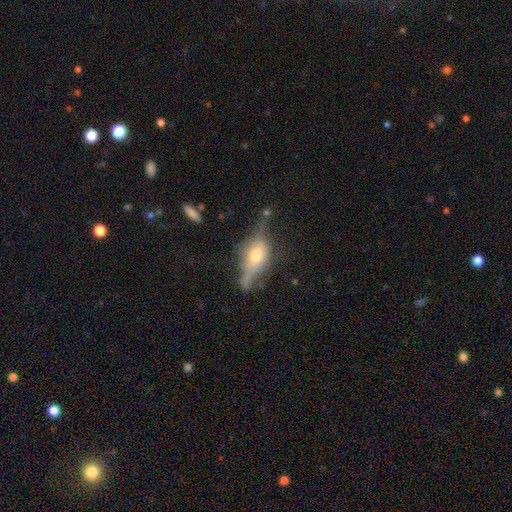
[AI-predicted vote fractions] The model was most divided on "merging": none: 52%, minor disturbance: 27%, major disturbance: 16%, merger: 5%. More confident: edge-on bulge — rounded (89%); edge-on disk — yes (85%); smooth or featured — featured or disk (65%).